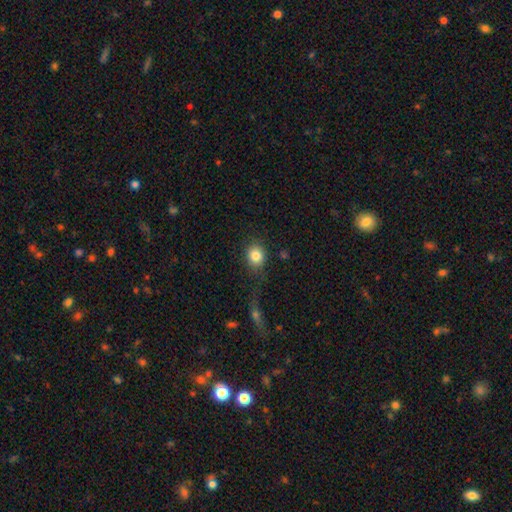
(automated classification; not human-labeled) smooth_or_featured: smooth (p=0.84) [alt: star or artifact p=0.09]
how_rounded: round (p=0.72) [alt: in between p=0.27]
merging: none (p=0.69) [alt: minor disturbance p=0.14]